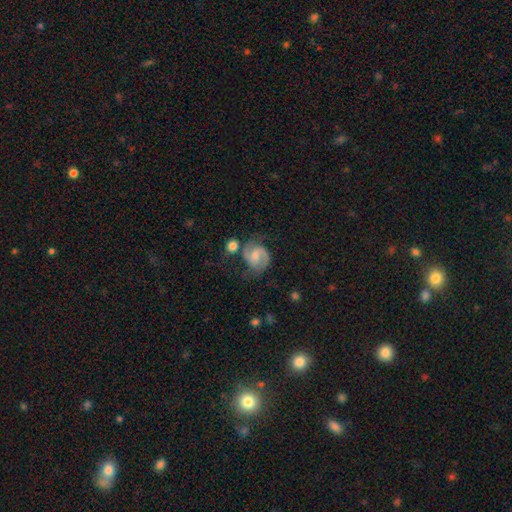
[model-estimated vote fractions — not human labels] smooth_or_featured: featured or disk (p=0.78) [alt: smooth p=0.16]
disk_edge_on: no (p=0.98) [alt: yes p=0.02]
bar: weak (p=0.48) [alt: no p=0.41]
has_spiral_arms: yes (p=0.96) [alt: no p=0.04]
spiral_winding: medium (p=0.53) [alt: tight p=0.28]
spiral_arm_count: 2 (p=0.87) [alt: can't tell p=0.05]
bulge_size: small (p=0.40) [alt: moderate p=0.34]
merging: none (p=0.58) [alt: minor disturbance p=0.19]